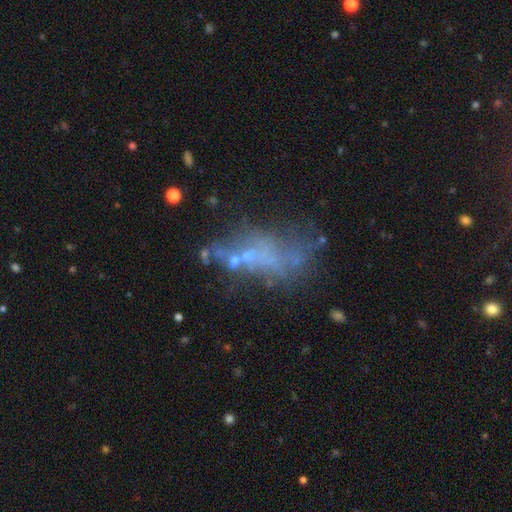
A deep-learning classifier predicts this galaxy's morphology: Smooth or featured? featured or disk (49%)
Merging? none (41%)